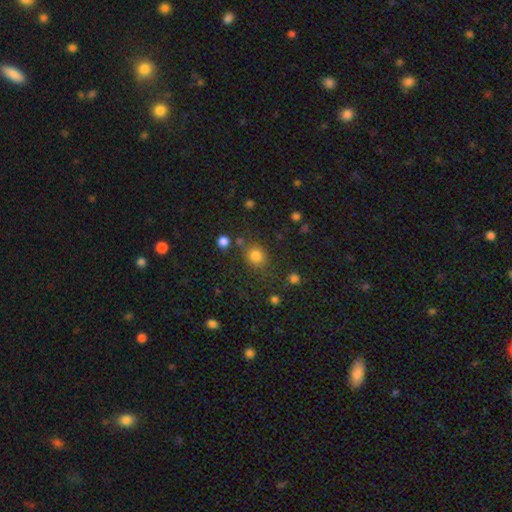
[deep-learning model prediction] Smooth or featured? smooth (80%)
How rounded? round (73%)
Merging? none (74%)